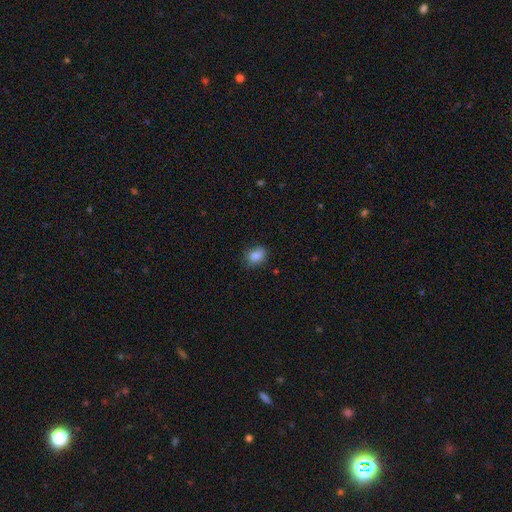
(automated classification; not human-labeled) smooth 85%, star or artifact 9%, featured or disk 6%. Down the decision tree: how rounded — in between (59%); merging — none (77%).